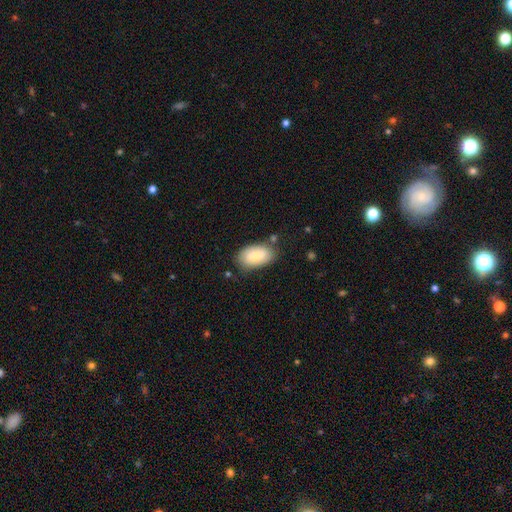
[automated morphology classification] This is likely a smooth galaxy (65%). How rounded: clearly in between (93%). Merging: likely none (75%).